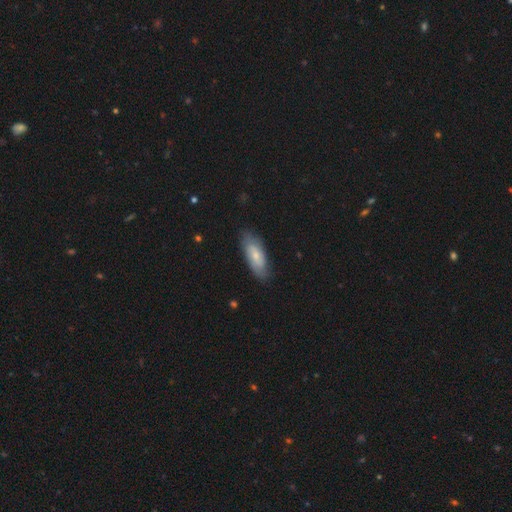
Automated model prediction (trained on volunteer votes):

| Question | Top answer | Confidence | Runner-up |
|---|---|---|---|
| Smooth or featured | smooth | 61% | featured or disk (33%) |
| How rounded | in between | 74% | cigar-shaped (23%) |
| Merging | none | 78% | minor disturbance (17%) |